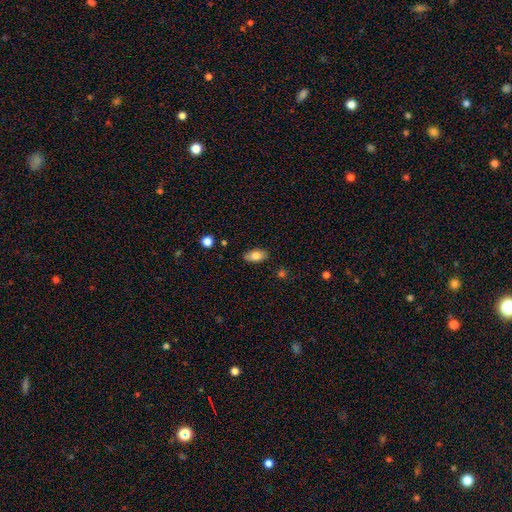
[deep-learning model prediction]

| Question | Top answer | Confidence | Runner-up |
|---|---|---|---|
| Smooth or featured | smooth | 79% | featured or disk (14%) |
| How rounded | in between | 90% | cigar-shaped (6%) |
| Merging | none | 85% | minor disturbance (12%) |